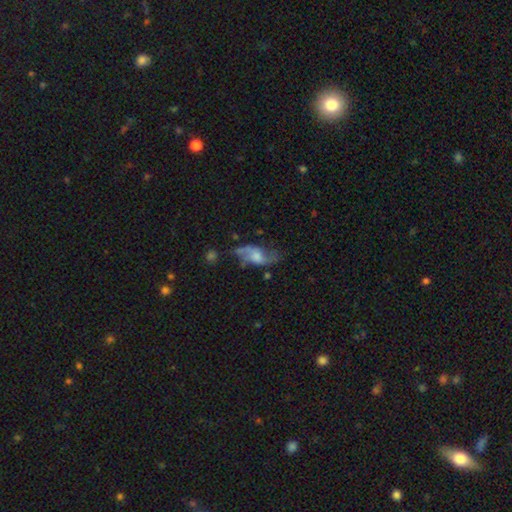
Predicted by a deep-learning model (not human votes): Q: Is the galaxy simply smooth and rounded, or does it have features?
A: featured or disk — 62%.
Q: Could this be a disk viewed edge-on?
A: no — 90%.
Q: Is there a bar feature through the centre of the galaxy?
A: no — 62%.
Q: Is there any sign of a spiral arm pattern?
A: yes — 79%.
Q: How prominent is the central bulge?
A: moderate — 40%.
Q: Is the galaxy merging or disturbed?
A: none — 48%.